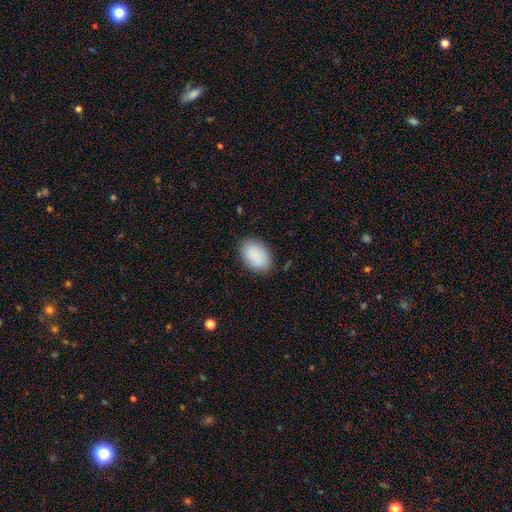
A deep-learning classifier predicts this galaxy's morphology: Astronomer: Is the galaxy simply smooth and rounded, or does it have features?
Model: smooth — 88%.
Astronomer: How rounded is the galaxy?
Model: in between — 87%.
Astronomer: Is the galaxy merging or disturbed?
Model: none — 84%.